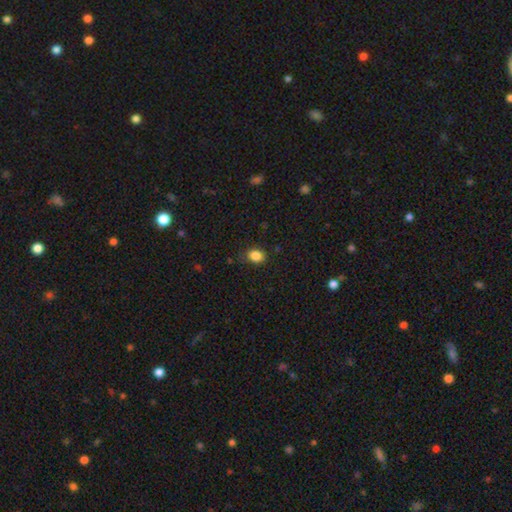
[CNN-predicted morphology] type=smooth (86%); roundness=in between (62%); merging=none (80%).